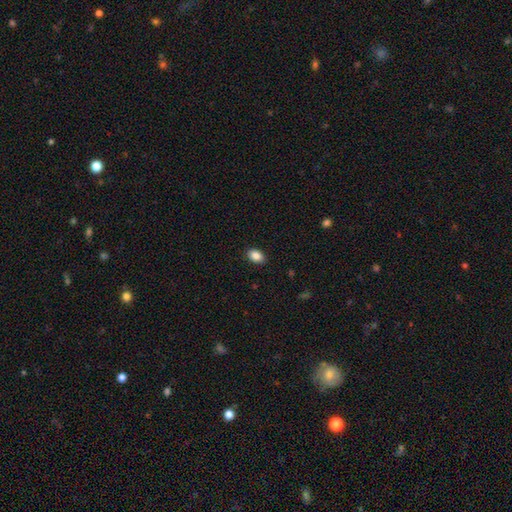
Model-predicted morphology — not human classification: The model was most divided on "how rounded": in between: 87%, round: 12%, cigar-shaped: 1%. More confident: merging — none (89%); smooth or featured — smooth (88%).